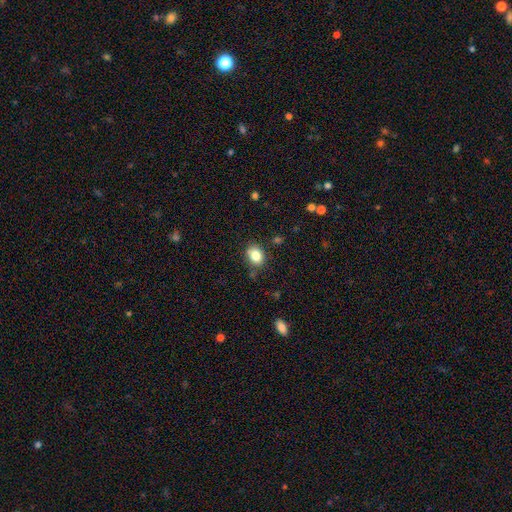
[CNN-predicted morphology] Smooth or featured? smooth (82%)
How rounded? in between (55%)
Merging? none (76%)